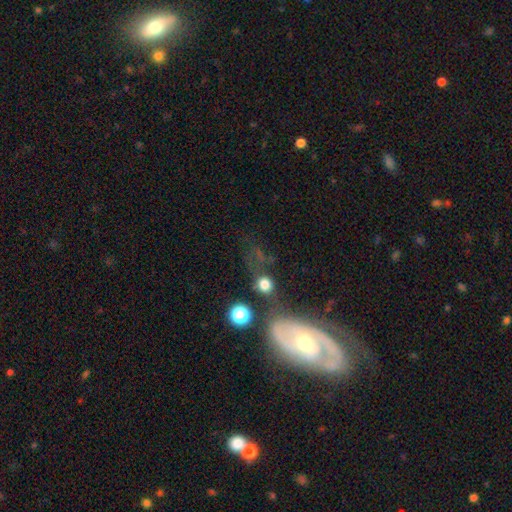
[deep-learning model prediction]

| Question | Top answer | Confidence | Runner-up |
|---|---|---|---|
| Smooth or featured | featured or disk | 54% | smooth (30%) |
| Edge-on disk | no | 89% | yes (11%) |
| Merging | none | 51% | minor disturbance (20%) |